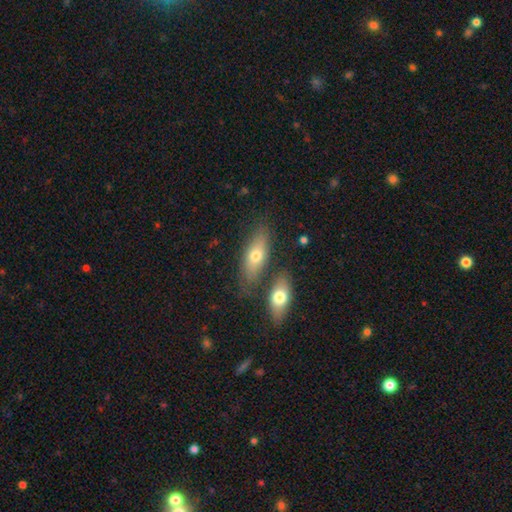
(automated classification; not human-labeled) A smooth galaxy with no disk features (67%) that is in between round and cigar-shaped (77%).

Vote fractions:
- Smooth or featured? smooth: 67% / featured or disk: 26% / star or artifact: 7%
- How rounded? in between: 77% / cigar-shaped: 19% / round: 4%
- Merging? none: 66% / merger: 17% / minor disturbance: 13% / major disturbance: 4%